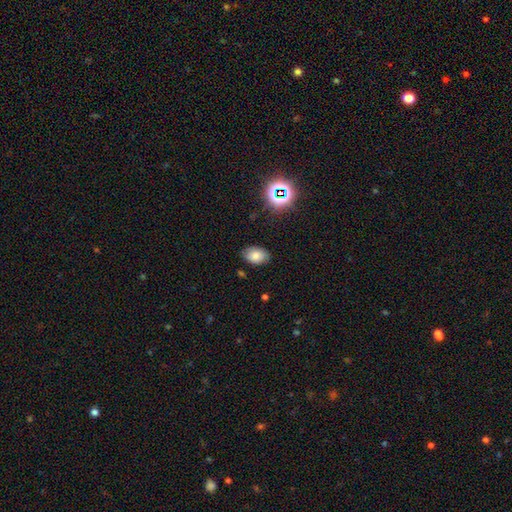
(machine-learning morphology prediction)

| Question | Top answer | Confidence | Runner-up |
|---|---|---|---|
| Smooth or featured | smooth | 77% | star or artifact (13%) |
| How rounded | in between | 87% | round (12%) |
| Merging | none | 81% | minor disturbance (14%) |